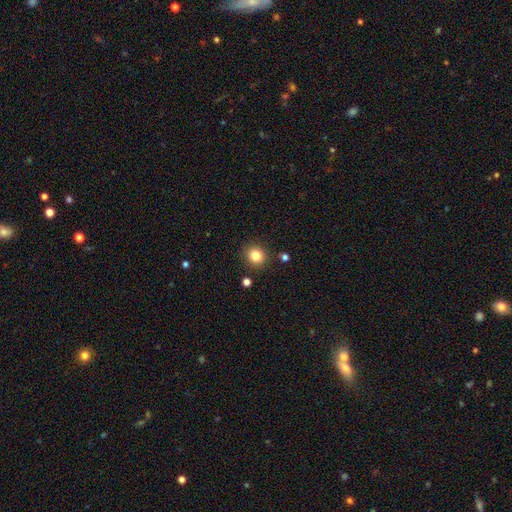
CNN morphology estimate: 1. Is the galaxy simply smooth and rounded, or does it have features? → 82% smooth, 12% star or artifact, 6% featured or disk.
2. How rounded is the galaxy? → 84% round, 15% in between, 1% cigar-shaped.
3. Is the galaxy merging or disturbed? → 88% none, 7% minor disturbance, 3% merger, 2% major disturbance.